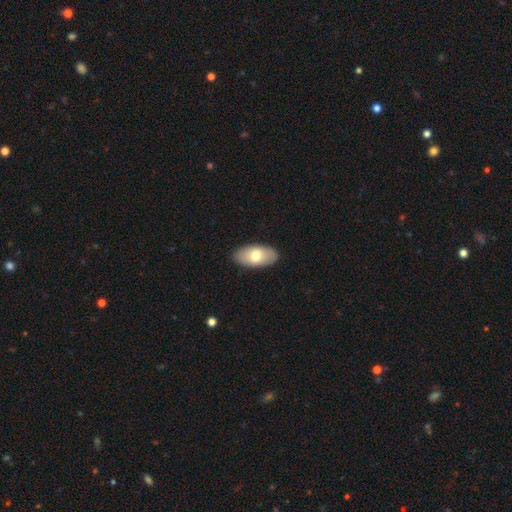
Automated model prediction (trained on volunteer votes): This is likely a smooth galaxy (72%). How rounded: clearly in between (94%). Merging: clearly none (88%).